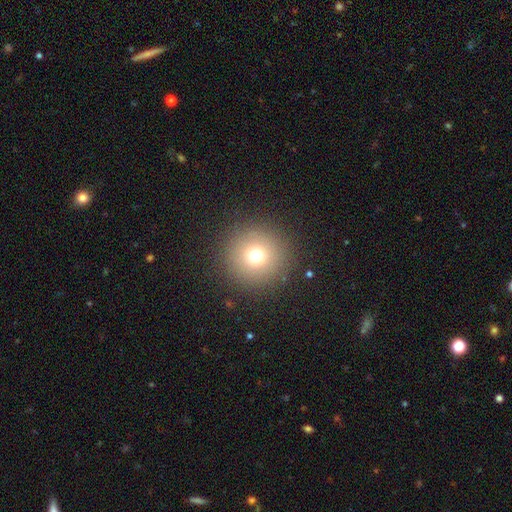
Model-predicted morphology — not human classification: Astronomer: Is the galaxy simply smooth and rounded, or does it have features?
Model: smooth — 71%.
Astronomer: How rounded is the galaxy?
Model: round — 96%.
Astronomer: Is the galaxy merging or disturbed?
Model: none — 90%.